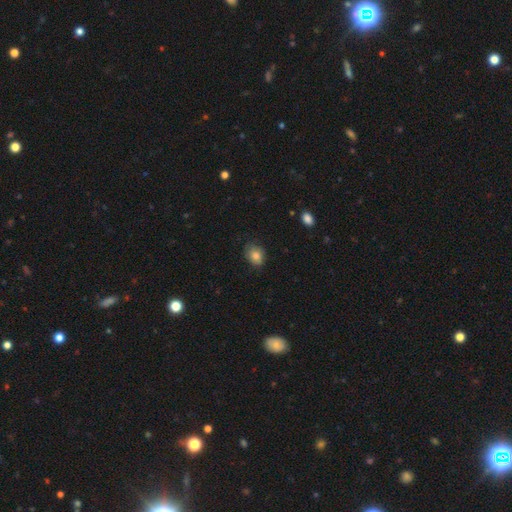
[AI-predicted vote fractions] smooth 83%, star or artifact 9%, featured or disk 8%. Down the decision tree: how rounded — in between (54%); merging — none (73%).